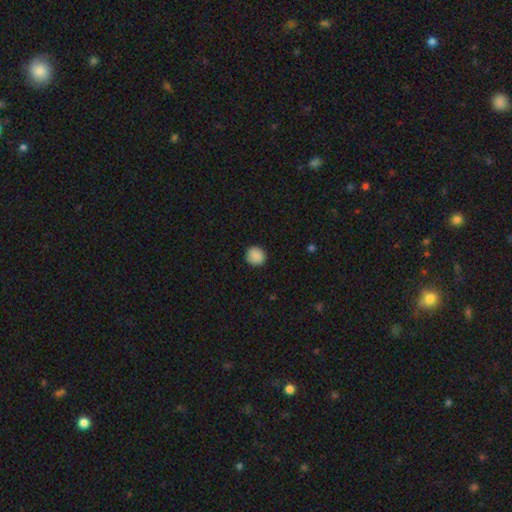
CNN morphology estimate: The model was most divided on "how rounded": round: 90%, in between: 9%, cigar-shaped: 1%. More confident: smooth or featured — smooth (89%); merging — none (89%).